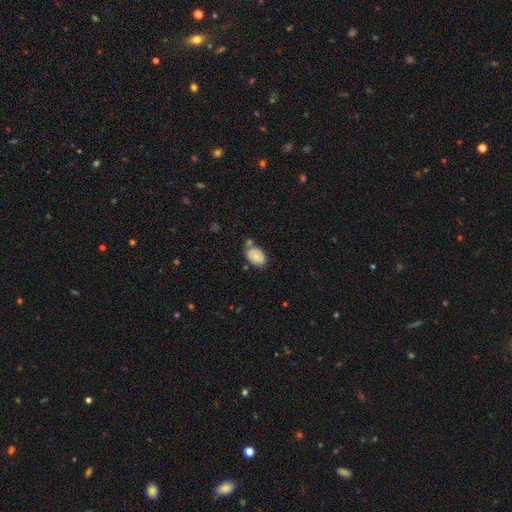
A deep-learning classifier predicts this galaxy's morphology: Smooth or featured: smooth — 75% (featured or disk — 17%)
How rounded: in between — 85% (round — 14%)
Merging: none — 59% (minor disturbance — 22%)